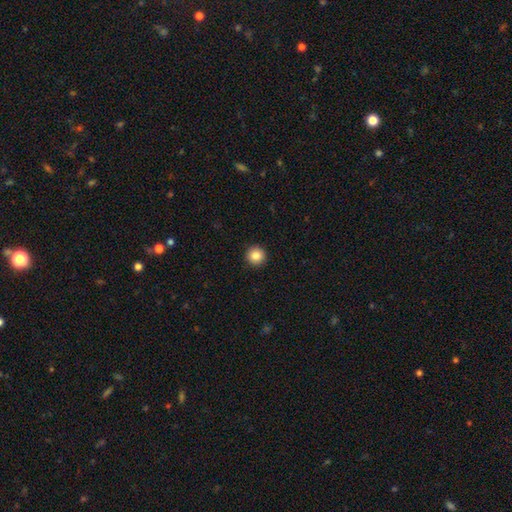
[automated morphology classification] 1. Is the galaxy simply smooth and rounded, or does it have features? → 85% smooth, 10% star or artifact, 5% featured or disk.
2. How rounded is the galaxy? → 96% round, 3% in between, 1% cigar-shaped.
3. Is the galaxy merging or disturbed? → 93% none, 4% minor disturbance, 1% major disturbance, 1% merger.